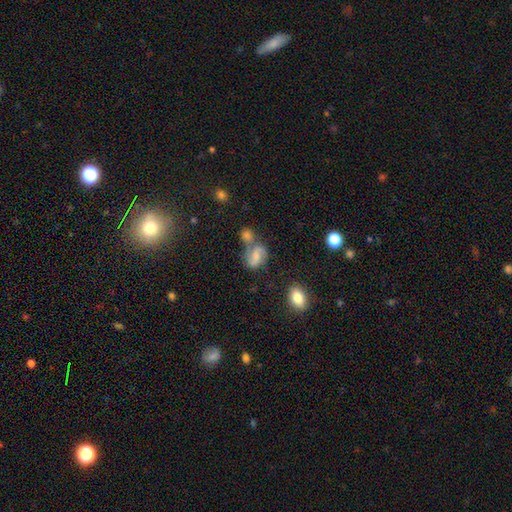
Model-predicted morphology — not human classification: The model was most divided on "bar": weak: 44%, no: 41%, strong: 15%. Remaining: edge-on disk — no (97%); spiral arms — yes (89%); spiral arm count — 2 (88%); smooth or featured — featured or disk (60%); spiral winding — medium (51%); merging — none (39%); bulge size — small (39%).